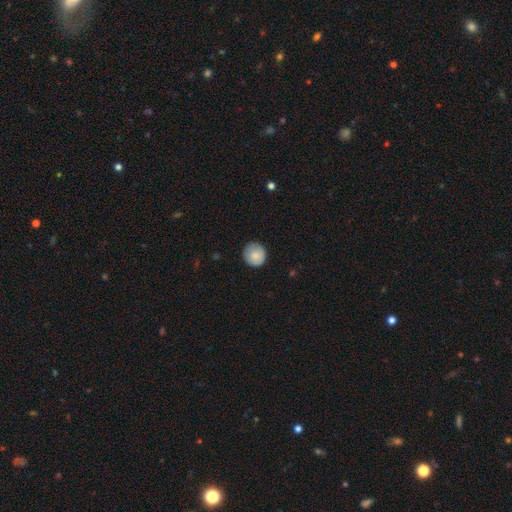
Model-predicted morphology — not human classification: A smooth galaxy with no disk features (83%) that is round (93%). Merging: none (85%).